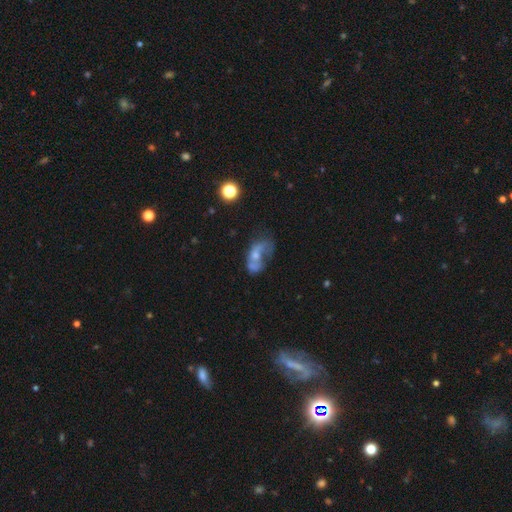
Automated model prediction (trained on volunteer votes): This is possibly a featured or disk galaxy (48%). Merging: marginally major disturbance (36%).